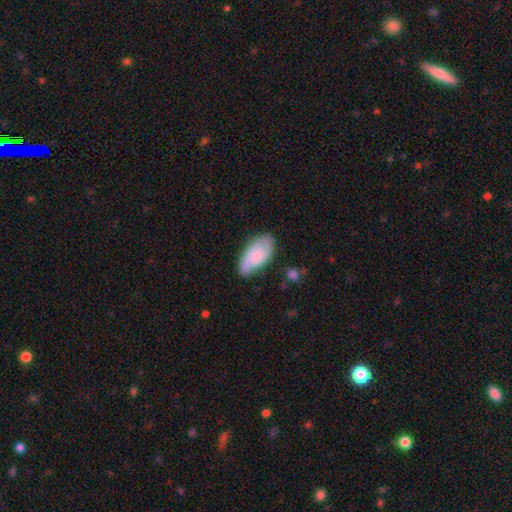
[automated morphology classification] smooth 59%, featured or disk 35%, star or artifact 7%. Down the decision tree: how rounded — in between (93%); merging — none (67%).